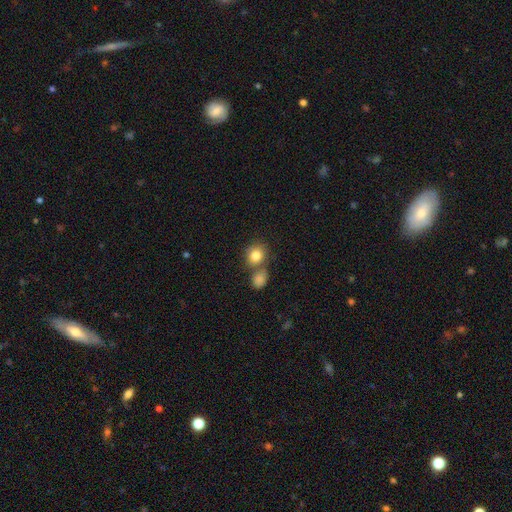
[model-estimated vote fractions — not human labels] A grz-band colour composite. It shows a smooth galaxy with no disk features (83%) that is round (72%). Merging: none (53%).